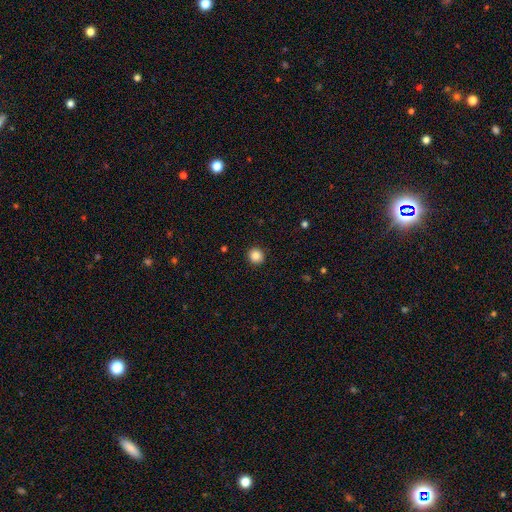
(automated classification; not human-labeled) Overall: smooth (86%). How rounded: round (93%). Merging: none (92%).